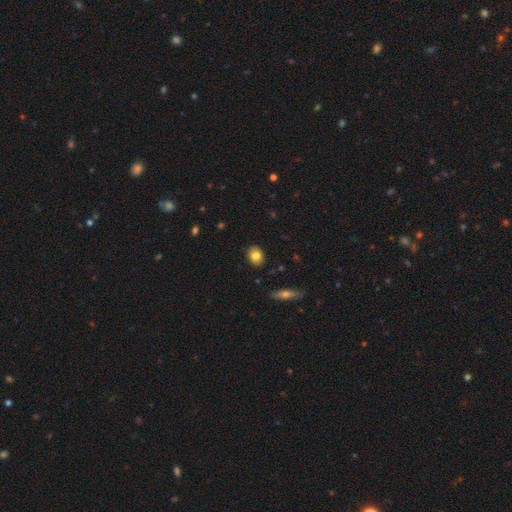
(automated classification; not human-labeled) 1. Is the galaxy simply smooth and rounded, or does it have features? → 81% smooth, 10% featured or disk, 9% star or artifact.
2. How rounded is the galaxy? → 53% round, 45% in between, 2% cigar-shaped.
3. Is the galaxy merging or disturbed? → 89% none, 8% minor disturbance, 2% major disturbance, 1% merger.